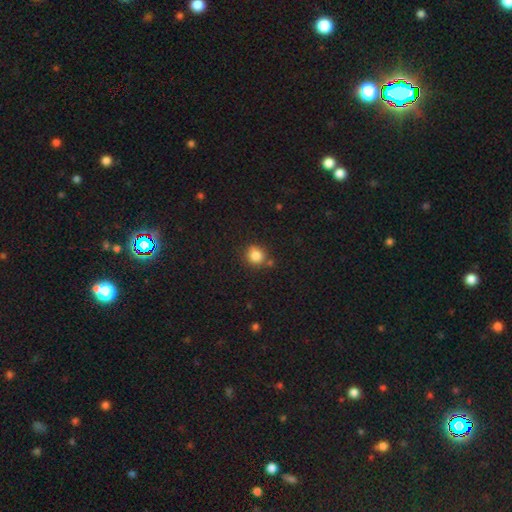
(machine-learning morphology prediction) Smooth or featured?
  - smooth: 82% *
  - star or artifact: 11%
  - featured or disk: 6%
How rounded?
  - round: 86% *
  - in between: 13%
  - cigar-shaped: 1%
Merging?
  - none: 74% *
  - minor disturbance: 13%
  - merger: 10%
  - major disturbance: 3%